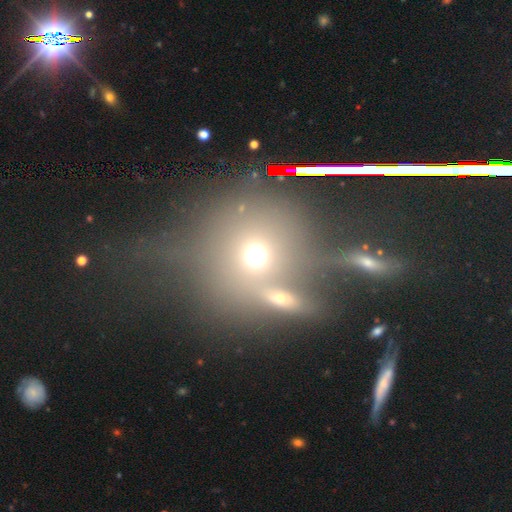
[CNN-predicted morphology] This appears to be a smooth galaxy with no disk features (61%) that is round (81%). Merging: merger (40%).